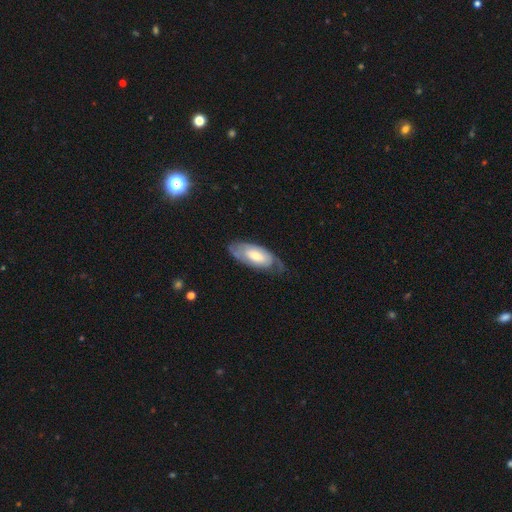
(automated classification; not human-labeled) smooth-or-featured: featured or disk: 54% | smooth: 41% | star or artifact: 5%
  disk-edge-on: no: 87% | yes: 13%
  merging: none: 54% | minor disturbance: 29% | major disturbance: 15% | merger: 2%